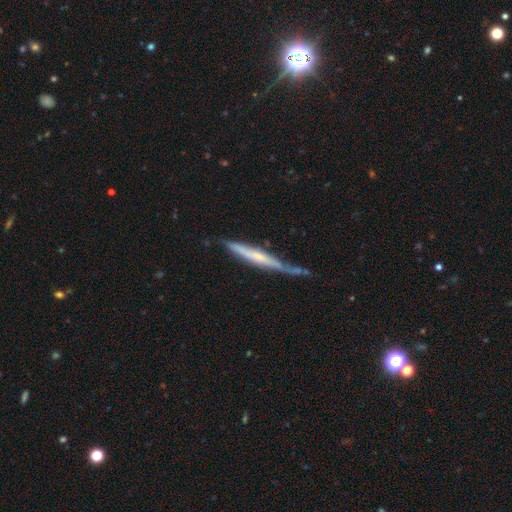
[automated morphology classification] smooth_or_featured: featured or disk (p=0.59) [alt: smooth p=0.35]
disk_edge_on: yes (p=0.92) [alt: no p=0.08]
edge_on_bulge: none (p=0.55) [alt: rounded p=0.32]
merging: none (p=0.54) [alt: minor disturbance p=0.31]